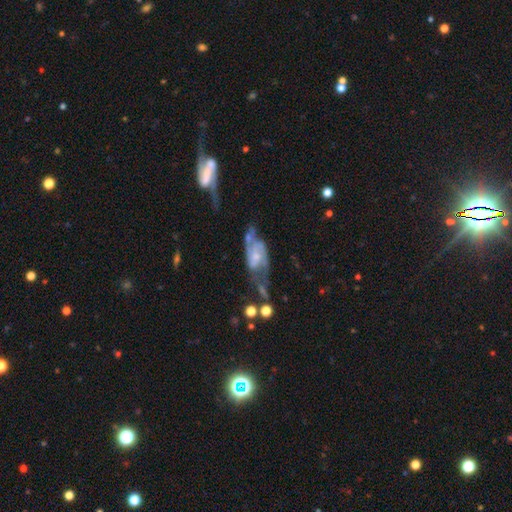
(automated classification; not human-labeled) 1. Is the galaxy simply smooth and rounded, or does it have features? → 80% featured or disk, 14% smooth, 6% star or artifact.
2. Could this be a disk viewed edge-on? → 95% no, 5% yes.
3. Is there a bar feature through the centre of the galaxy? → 53% no, 37% weak, 10% strong.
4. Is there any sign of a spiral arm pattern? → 92% yes, 8% no.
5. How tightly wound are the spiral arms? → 44% medium, 37% loose, 20% tight.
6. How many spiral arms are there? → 81% 2, 9% can't tell, 3% 3, 3% 1, 2% 4, 1% more than 4.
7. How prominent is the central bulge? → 56% small, 27% moderate, 12% none, 4% large, 1% dominant.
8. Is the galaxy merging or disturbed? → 37% none, 28% major disturbance, 23% minor disturbance, 11% merger.